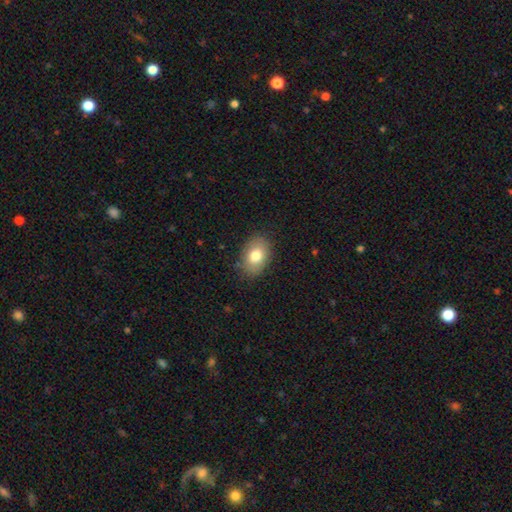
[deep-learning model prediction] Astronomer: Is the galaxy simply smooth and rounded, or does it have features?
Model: smooth — 78%.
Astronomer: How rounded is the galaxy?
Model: in between — 82%.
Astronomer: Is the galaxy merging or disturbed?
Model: none — 84%.